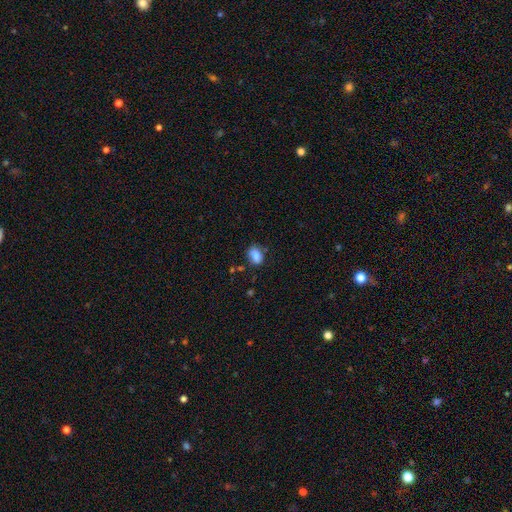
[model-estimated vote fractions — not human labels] smooth-or-featured: smooth: 84% | star or artifact: 9% | featured or disk: 7%
  how-rounded: in between: 72% | round: 27% | cigar-shaped: 1%
  merging: none: 68% | minor disturbance: 21% | merger: 6% | major disturbance: 5%